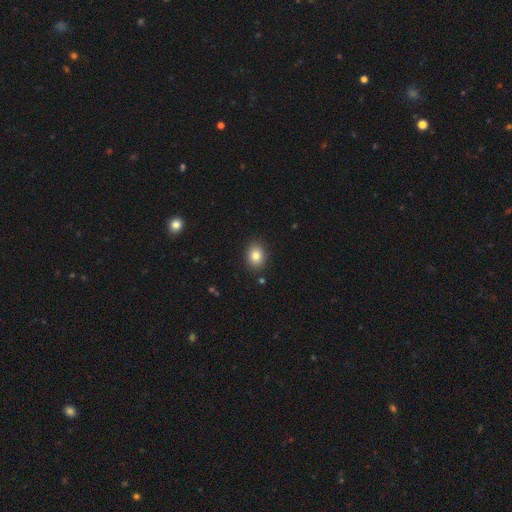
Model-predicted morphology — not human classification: Overall: smooth (83%). How rounded: in between (53%; round 46%). Merging: none (89%).